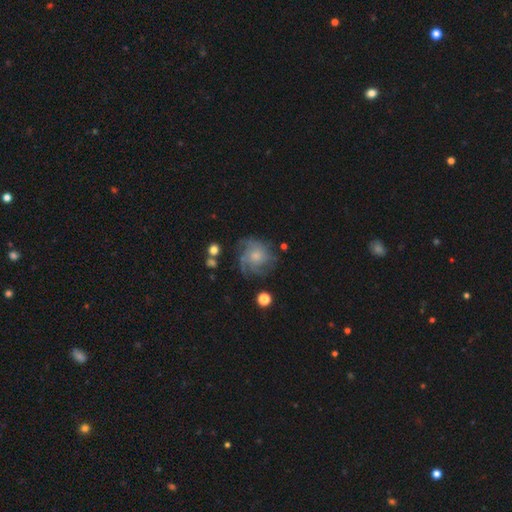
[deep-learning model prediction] Smooth or featured: featured or disk — 59% (smooth — 31%)
Edge-on disk: no — 98% (yes — 2%)
Bar: no — 81% (weak — 17%)
Spiral arms: yes — 85% (no — 15%)
Bulge size: moderate — 40% (small — 38%)
Merging: none — 65% (minor disturbance — 20%)